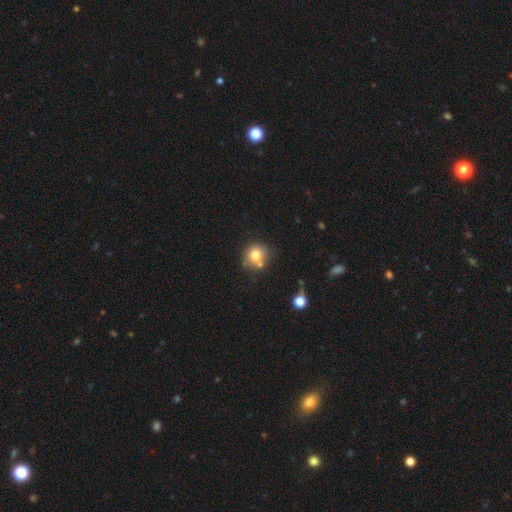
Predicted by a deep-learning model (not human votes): Smooth or featured? Predicted: smooth (p=0.76). How rounded? Predicted: round (p=0.85). Merging? Predicted: none (p=0.64).